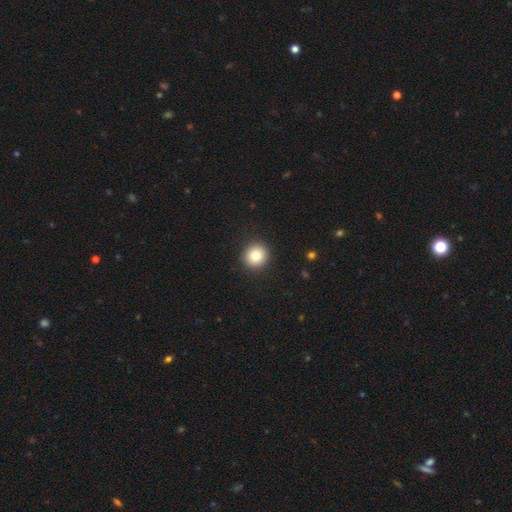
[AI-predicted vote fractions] Smooth or featured?
  - smooth: 83% *
  - star or artifact: 10%
  - featured or disk: 8%
How rounded?
  - round: 92% *
  - in between: 7%
  - cigar-shaped: 1%
Merging?
  - none: 92% *
  - minor disturbance: 5%
  - major disturbance: 2%
  - merger: 1%